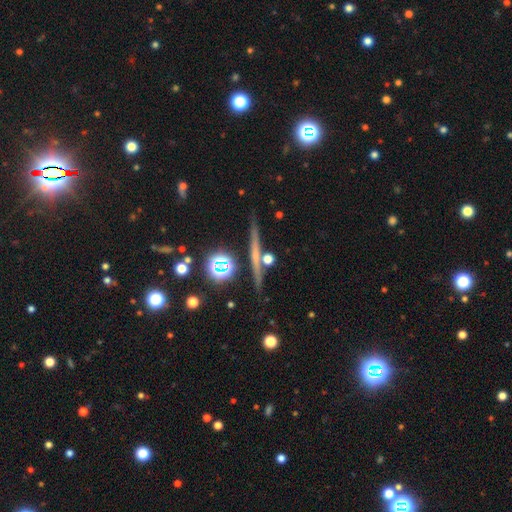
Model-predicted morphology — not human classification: Smooth or featured? Predicted: featured or disk (p=0.59). Edge-on disk? Predicted: yes (p=0.95). Edge-on bulge? Predicted: none (p=0.55). Merging? Predicted: none (p=0.83).